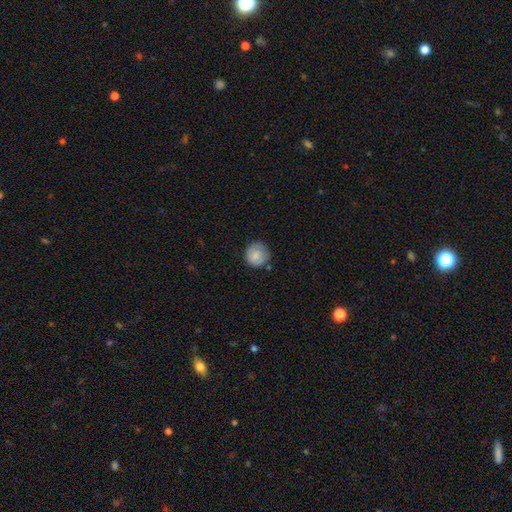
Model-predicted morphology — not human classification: smooth_or_featured: smooth (p=0.76) [alt: featured or disk p=0.17]
how_rounded: round (p=0.90) [alt: in between p=0.09]
merging: none (p=0.75) [alt: minor disturbance p=0.18]